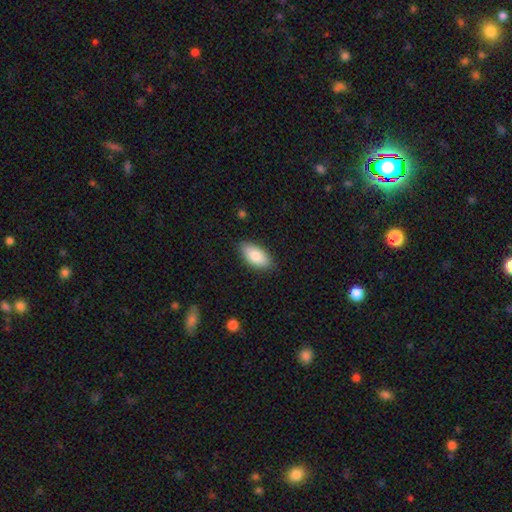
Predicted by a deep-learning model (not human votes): Overall: smooth (82%). How rounded: in between (93%). Merging: none (84%).